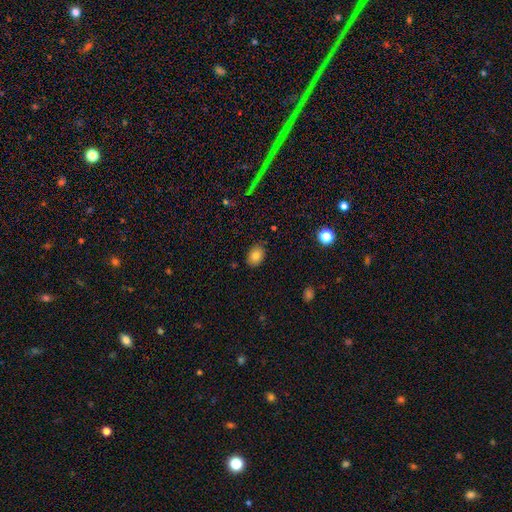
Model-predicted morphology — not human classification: Q: Smooth or featured?
A: smooth (82%); runner-up: star or artifact (10%)
Q: How rounded?
A: in between (78%); runner-up: round (20%)
Q: Merging?
A: none (86%); runner-up: minor disturbance (11%)